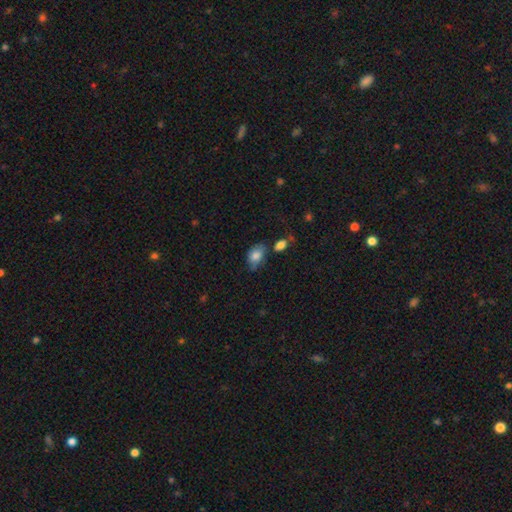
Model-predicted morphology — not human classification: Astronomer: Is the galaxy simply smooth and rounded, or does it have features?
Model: smooth — 79%.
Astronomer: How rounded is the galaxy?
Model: in between — 85%.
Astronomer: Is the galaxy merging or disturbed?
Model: none — 50% (runner-up: minor disturbance, 29%).